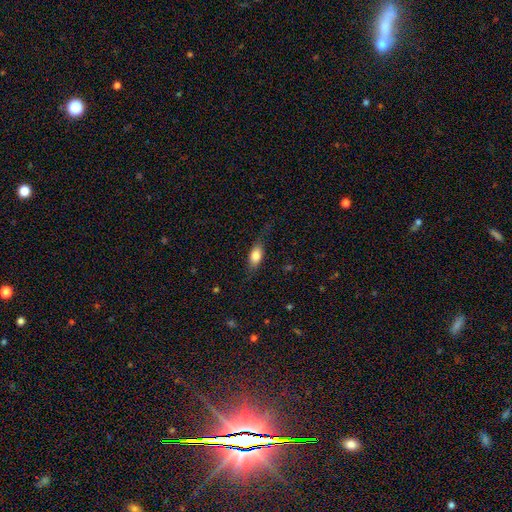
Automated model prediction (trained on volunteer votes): This appears to be a smooth galaxy with no disk features (77%) that is in between round and cigar-shaped (81%). Merging: none (72%).